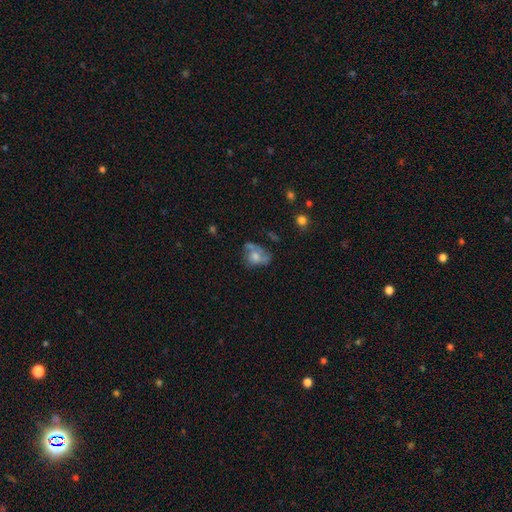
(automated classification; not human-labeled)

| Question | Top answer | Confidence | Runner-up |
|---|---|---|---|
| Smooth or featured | smooth | 47% | featured or disk (43%) |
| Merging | none | 35% | major disturbance (29%) |